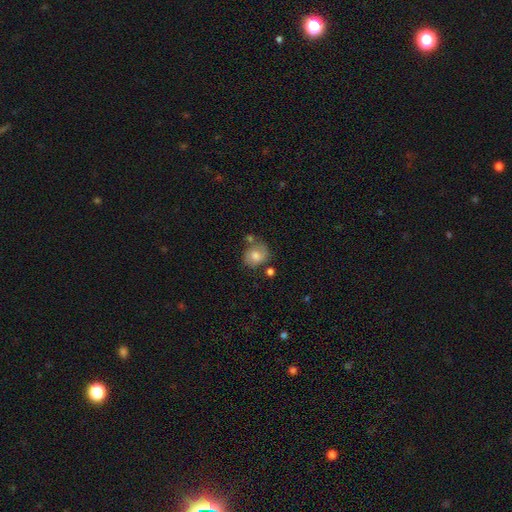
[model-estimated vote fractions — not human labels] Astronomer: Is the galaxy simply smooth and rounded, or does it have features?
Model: smooth — 59%.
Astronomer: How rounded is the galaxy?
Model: round — 65%.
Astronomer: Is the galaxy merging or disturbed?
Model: none — 59%.